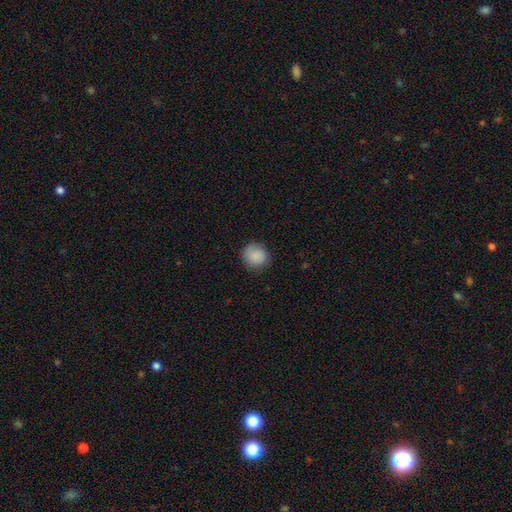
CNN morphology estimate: Smooth or featured: smooth — 88% (star or artifact — 7%)
How rounded: round — 84% (in between — 15%)
Merging: none — 83% (minor disturbance — 13%)